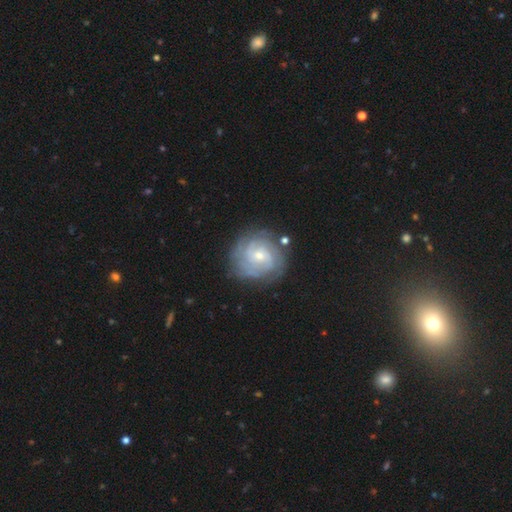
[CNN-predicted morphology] smooth-or-featured: featured or disk: 73% | smooth: 15% | star or artifact: 12%
  disk-edge-on: no: 97% | yes: 3%
    bar: no: 55% | weak: 37% | strong: 8%
    has-spiral-arms: yes: 94% | no: 6%
      spiral-winding: tight: 72% | medium: 23% | loose: 5%
      spiral-arm-count: can't tell: 39% | 3: 18% | 2: 17% | 4: 13% | more than 4: 7% | 1: 6%
    bulge-size: small: 54% | moderate: 41% | large: 2% | none: 2% | dominant: 1%
  merging: none: 80% | minor disturbance: 13% | major disturbance: 5% | merger: 2%